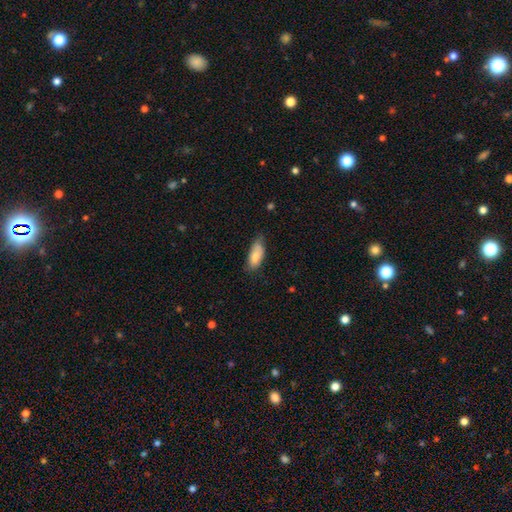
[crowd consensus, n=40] Smooth or featured? 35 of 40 (88%) said smooth. How rounded? 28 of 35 (80%) said in between. Merging? 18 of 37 (49%) said none.